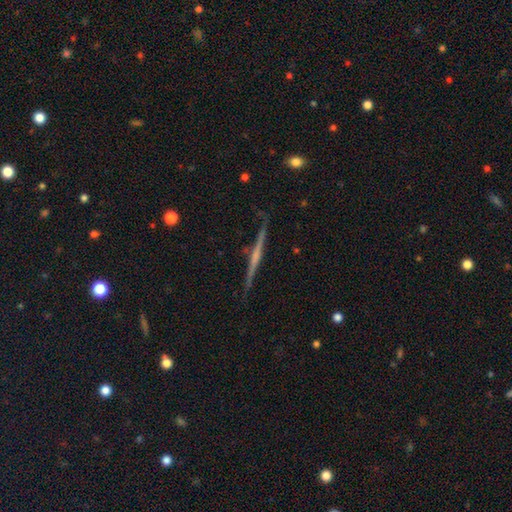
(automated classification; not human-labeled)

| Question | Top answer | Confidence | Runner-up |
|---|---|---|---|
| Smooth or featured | featured or disk | 73% | smooth (20%) |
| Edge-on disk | yes | 98% | no (2%) |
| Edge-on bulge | none | 56% | rounded (31%) |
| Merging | none | 86% | minor disturbance (10%) |